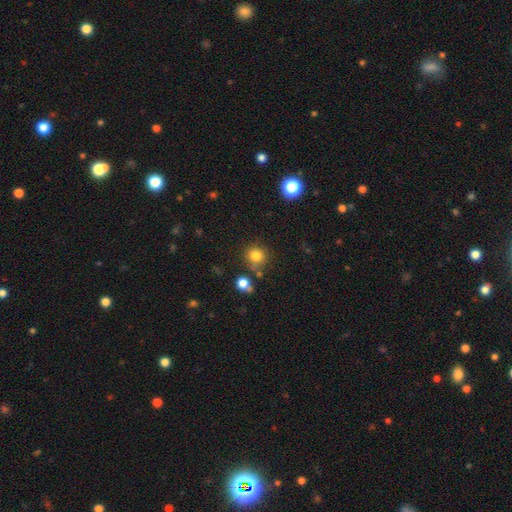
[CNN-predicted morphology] The model was most divided on "merging": none: 74%, minor disturbance: 13%, merger: 9%, major disturbance: 4%. More confident: how rounded — round (89%); smooth or featured — smooth (80%).